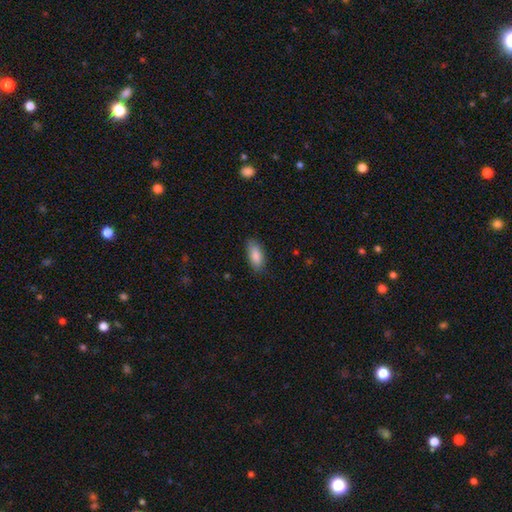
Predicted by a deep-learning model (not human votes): This appears to be a smooth galaxy with no disk features (87%) that is in between round and cigar-shaped (85%). Merging: none (82%).